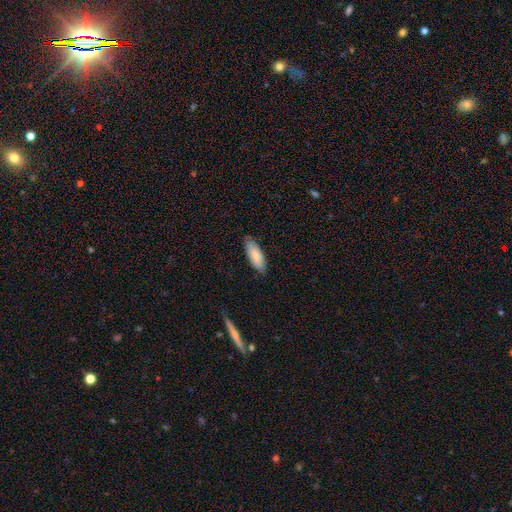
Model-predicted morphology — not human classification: Smooth or featured: smooth — 81% (featured or disk — 13%)
How rounded: in between — 73% (cigar-shaped — 26%)
Merging: none — 84% (minor disturbance — 13%)